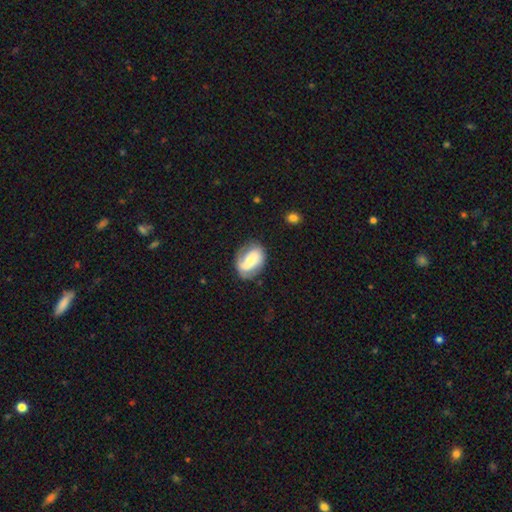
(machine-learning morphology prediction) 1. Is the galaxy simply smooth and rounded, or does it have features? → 61% featured or disk, 32% smooth, 7% star or artifact.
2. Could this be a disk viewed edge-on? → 96% no, 4% yes.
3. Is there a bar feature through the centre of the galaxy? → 39% weak, 32% no, 29% strong.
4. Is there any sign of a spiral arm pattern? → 82% yes, 18% no.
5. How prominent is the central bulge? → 45% moderate, 41% small, 7% large, 4% none, 2% dominant.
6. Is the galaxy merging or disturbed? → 69% none, 21% minor disturbance, 8% major disturbance, 2% merger.